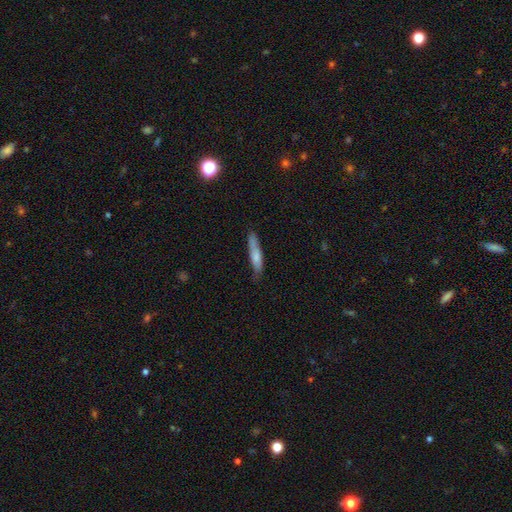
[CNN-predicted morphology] This appears to be a smooth galaxy with no disk features (71%) that is cigar-shaped (85%). Merging: none (71%).